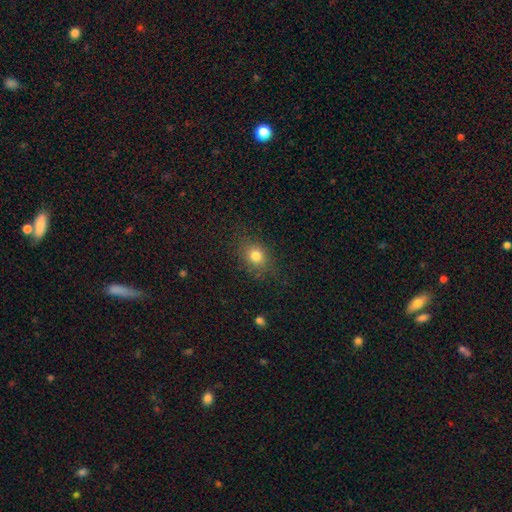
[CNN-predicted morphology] This appears to be a smooth galaxy with no disk features (78%) that is round (56%). Merging: none (79%).